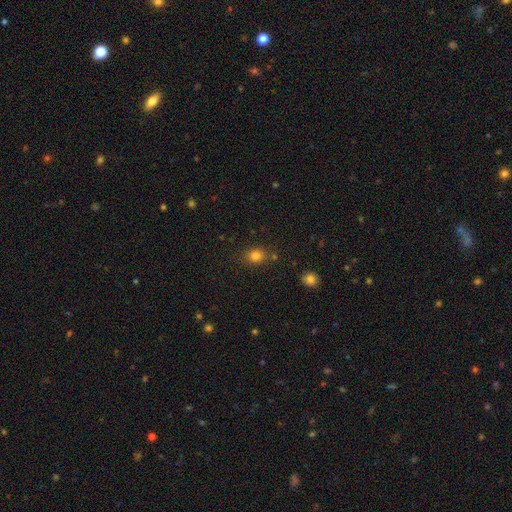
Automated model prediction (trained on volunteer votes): Smooth or featured? smooth (81%)
How rounded? round (57%)
Merging? none (78%)